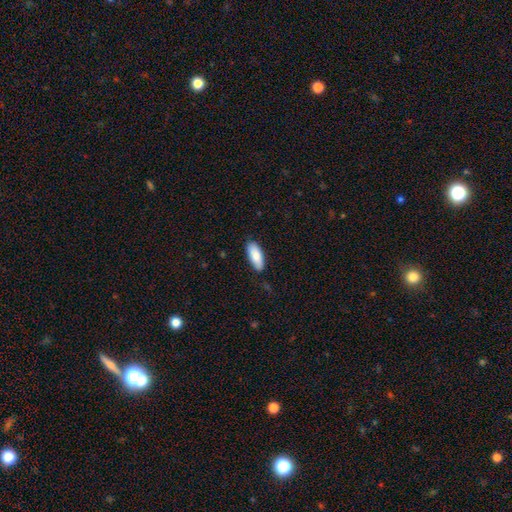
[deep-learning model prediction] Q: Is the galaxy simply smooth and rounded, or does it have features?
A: smooth — 85%.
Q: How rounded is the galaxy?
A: in between — 82%.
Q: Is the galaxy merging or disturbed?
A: none — 85%.